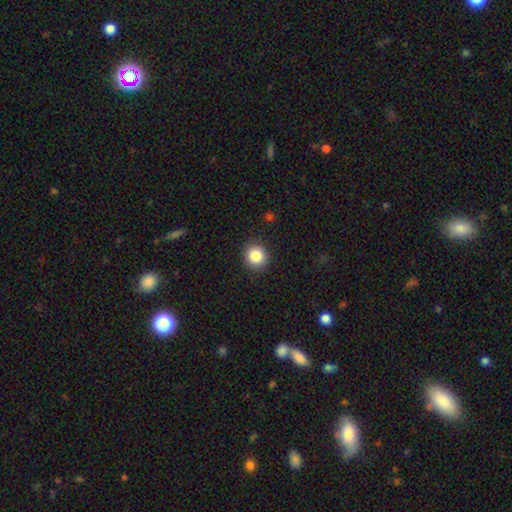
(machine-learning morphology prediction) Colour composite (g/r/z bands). It shows a smooth galaxy with no disk features (85%) that is round (92%). Merging: none (91%).